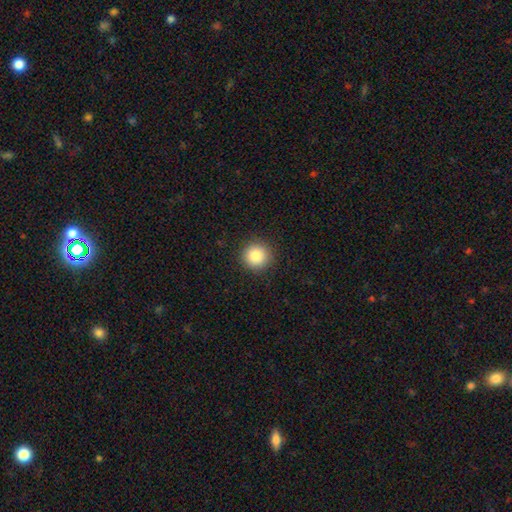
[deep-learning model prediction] A smooth galaxy with no disk features (86%) that is round (95%).

Vote fractions:
- Smooth or featured? smooth: 86% / star or artifact: 9% / featured or disk: 4%
- How rounded? round: 95% / in between: 4% / cigar-shaped: 1%
- Merging? none: 92% / minor disturbance: 5% / major disturbance: 2% / merger: 1%